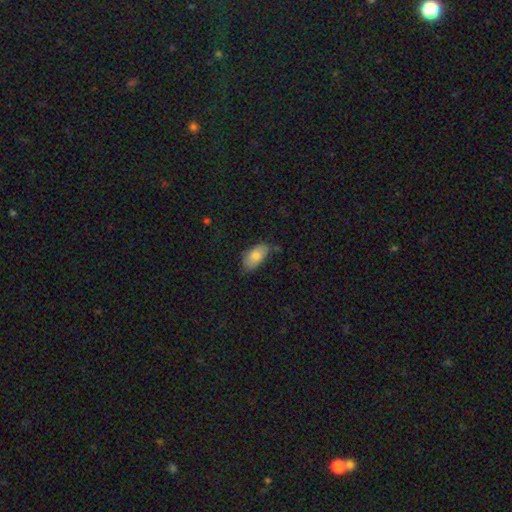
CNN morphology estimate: A smooth galaxy with no disk features (80%) that is in between round and cigar-shaped (93%). Merging: none (66%).